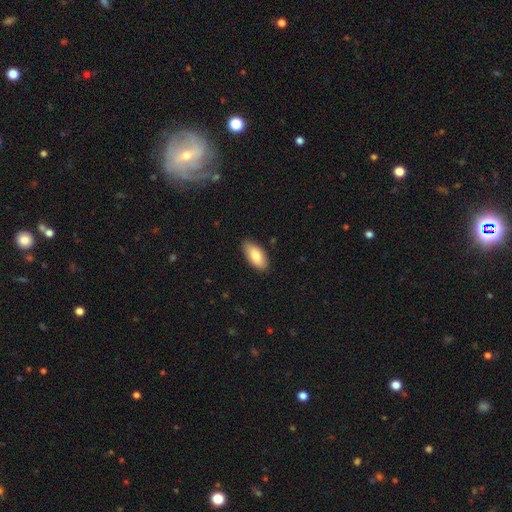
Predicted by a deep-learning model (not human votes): smooth_or_featured: smooth (p=0.82) [alt: featured or disk p=0.12]
how_rounded: in between (p=0.91) [alt: cigar-shaped p=0.07]
merging: none (p=0.85) [alt: minor disturbance p=0.12]